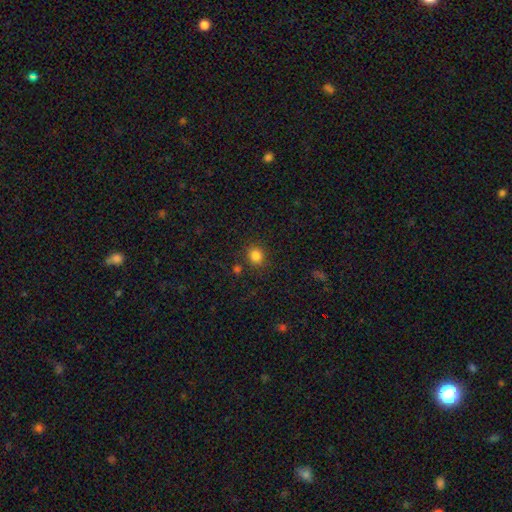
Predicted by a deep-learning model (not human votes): Smooth or featured: smooth — 84% (star or artifact — 12%)
How rounded: round — 81% (in between — 18%)
Merging: none — 83% (minor disturbance — 9%)